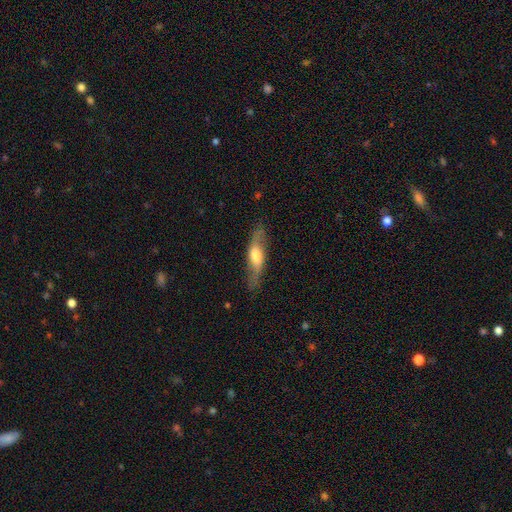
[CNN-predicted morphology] featured or disk 54%, smooth 40%, star or artifact 6%. Down the decision tree: edge-on disk — yes (52%); merging — none (75%).